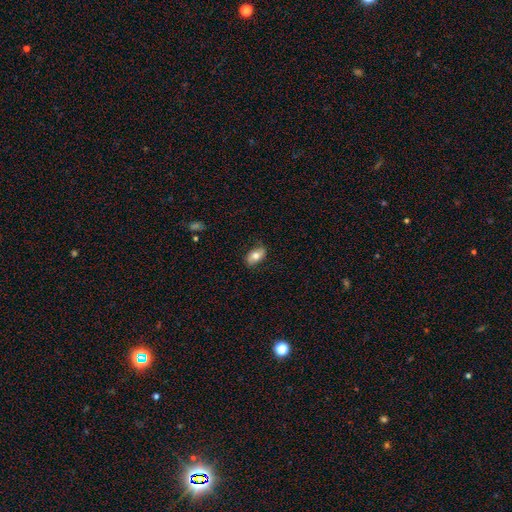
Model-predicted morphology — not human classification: Overall: smooth (67%). How rounded: in between (91%). Merging: none (78%).